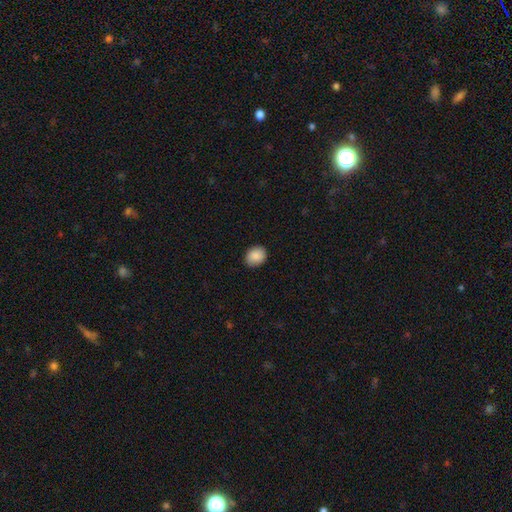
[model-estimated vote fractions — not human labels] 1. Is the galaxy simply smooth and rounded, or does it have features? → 89% smooth, 7% star or artifact, 4% featured or disk.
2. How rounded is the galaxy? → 51% round, 48% in between, 1% cigar-shaped.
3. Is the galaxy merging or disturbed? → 87% none, 10% minor disturbance, 2% major disturbance, 1% merger.